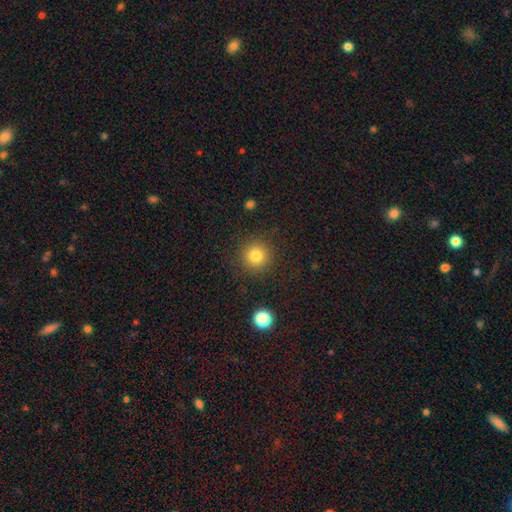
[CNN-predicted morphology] smooth 81%, star or artifact 12%, featured or disk 7%. Down the decision tree: how rounded — round (95%); merging — none (89%).